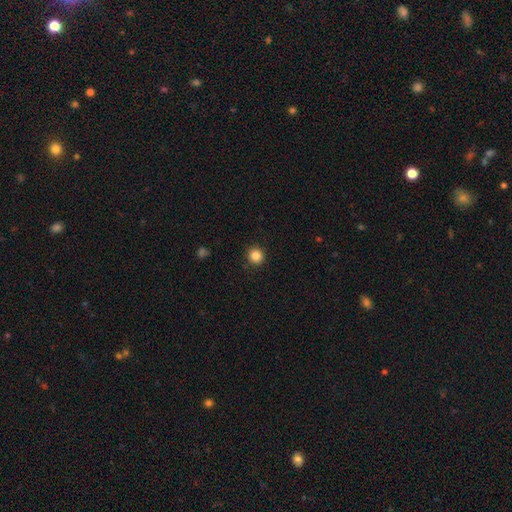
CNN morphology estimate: This is clearly a smooth galaxy (85%). How rounded: clearly round (93%). Merging: clearly none (92%).